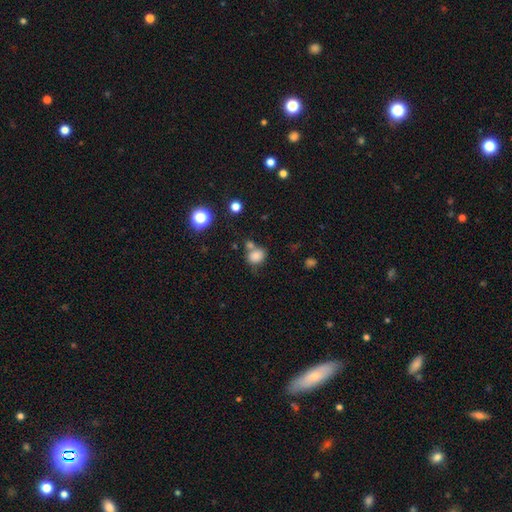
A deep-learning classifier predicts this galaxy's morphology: Smooth or featured? smooth (80%)
How rounded? round (55%)
Merging? none (50%)